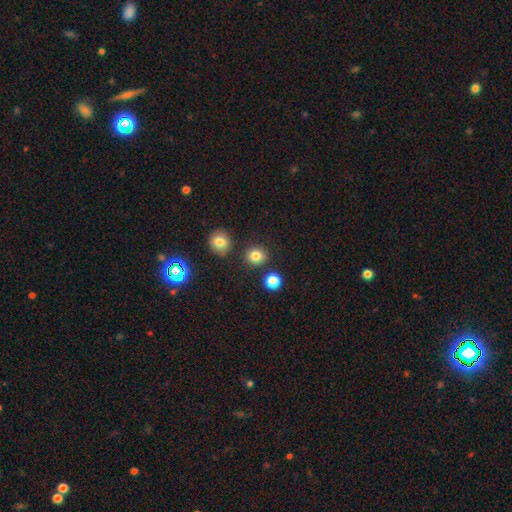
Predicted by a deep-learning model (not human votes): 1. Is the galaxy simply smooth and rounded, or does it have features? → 82% smooth, 13% star or artifact, 5% featured or disk.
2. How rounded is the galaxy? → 90% round, 9% in between, 1% cigar-shaped.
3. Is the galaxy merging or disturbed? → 86% none, 7% minor disturbance, 5% merger, 2% major disturbance.